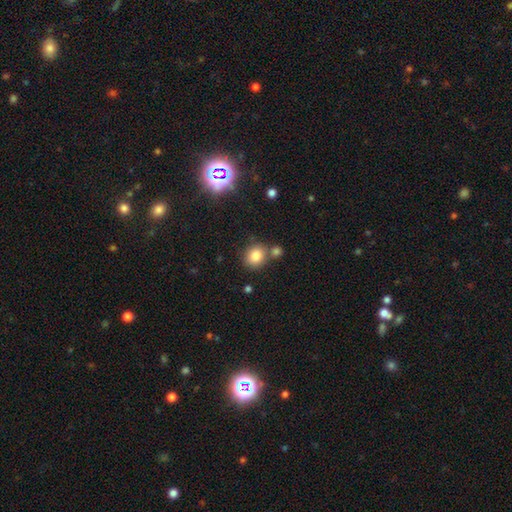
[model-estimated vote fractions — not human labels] A smooth galaxy with no disk features (83%) that is round (70%).

Vote fractions:
- Smooth or featured? smooth: 83% / star or artifact: 11% / featured or disk: 6%
- How rounded? round: 70% / in between: 29% / cigar-shaped: 1%
- Merging? none: 65% / merger: 20% / minor disturbance: 11% / major disturbance: 4%